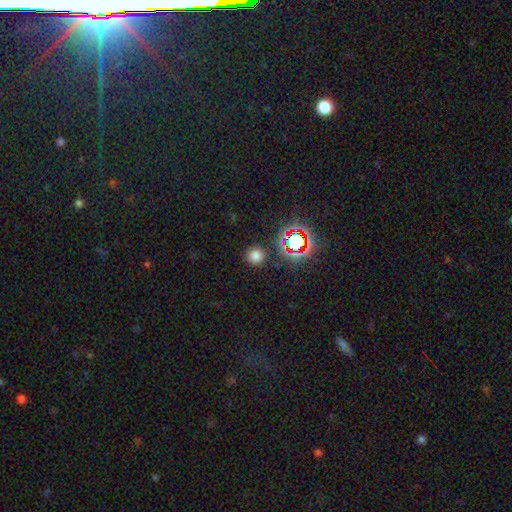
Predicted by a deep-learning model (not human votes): Smooth or featured?
  - smooth: 73% *
  - star or artifact: 22%
  - featured or disk: 5%
How rounded?
  - round: 93% *
  - in between: 6%
  - cigar-shaped: 1%
Merging?
  - none: 88% *
  - minor disturbance: 7%
  - major disturbance: 3%
  - merger: 2%